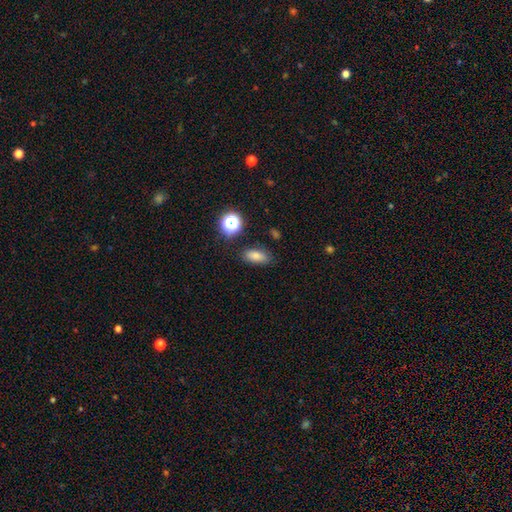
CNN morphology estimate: type=smooth (78%); roundness=in between (81%); merging=none (82%).